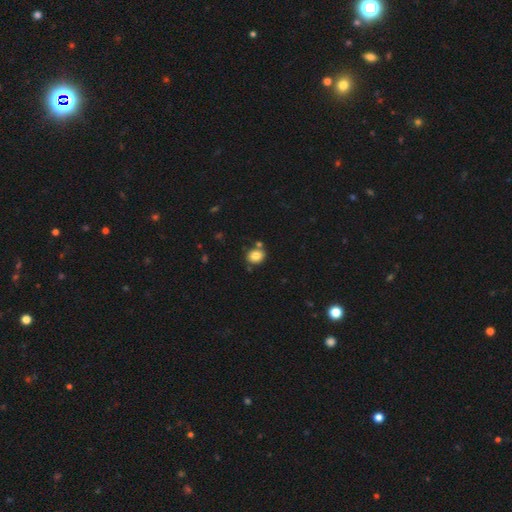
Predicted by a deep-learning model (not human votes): Morphology: type=smooth (84%); roundness=round (63%); merging=none (70%).